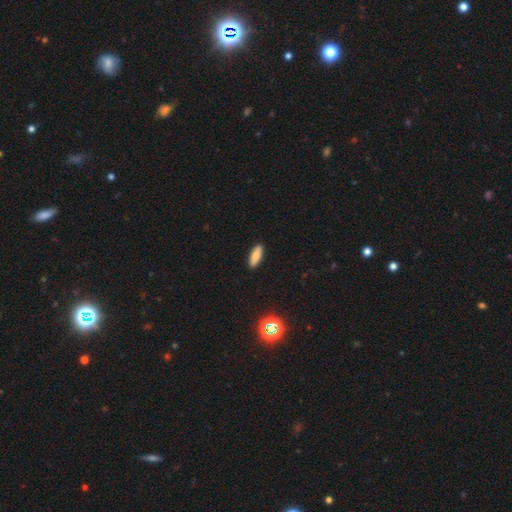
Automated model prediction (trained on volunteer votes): smooth 74%, featured or disk 18%, star or artifact 8%. Down the decision tree: how rounded — in between (54%); merging — none (91%).